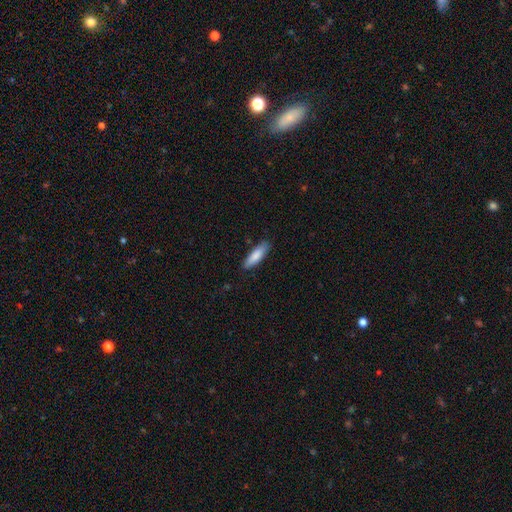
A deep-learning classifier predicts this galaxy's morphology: A smooth galaxy with no disk features (84%) that is cigar-shaped (55%).

Vote fractions:
- Smooth or featured? smooth: 84% / featured or disk: 11% / star or artifact: 5%
- How rounded? cigar-shaped: 55% / in between: 43% / round: 1%
- Merging? none: 82% / minor disturbance: 14% / major disturbance: 2% / merger: 1%